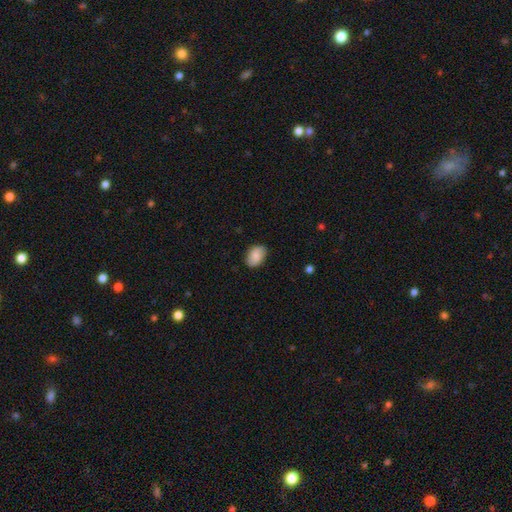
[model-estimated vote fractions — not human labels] smooth 80%, featured or disk 13%, star or artifact 7%. Down the decision tree: how rounded — in between (86%); merging — none (83%).